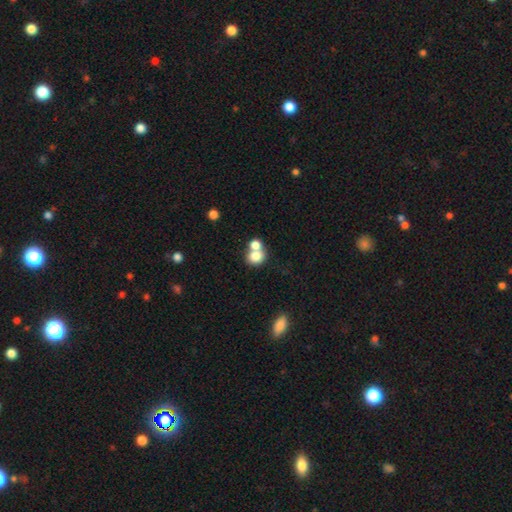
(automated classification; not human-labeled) Smooth or featured? Predicted: smooth (p=0.78). How rounded? Predicted: round (p=0.65). Merging? Predicted: merger (p=0.55).